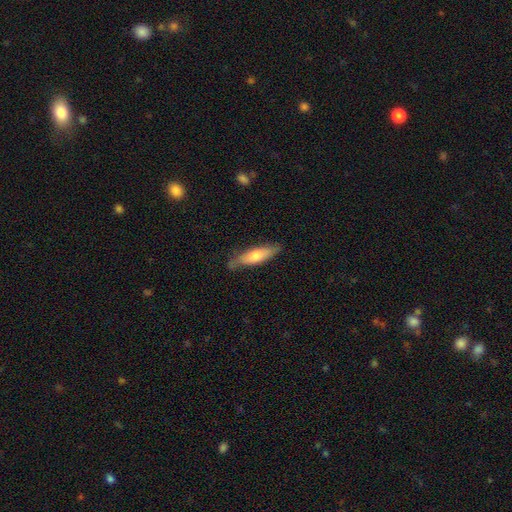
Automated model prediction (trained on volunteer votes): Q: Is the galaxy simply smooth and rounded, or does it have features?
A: smooth — 61%.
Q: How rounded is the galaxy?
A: cigar-shaped — 70%.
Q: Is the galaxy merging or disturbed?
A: none — 76%.